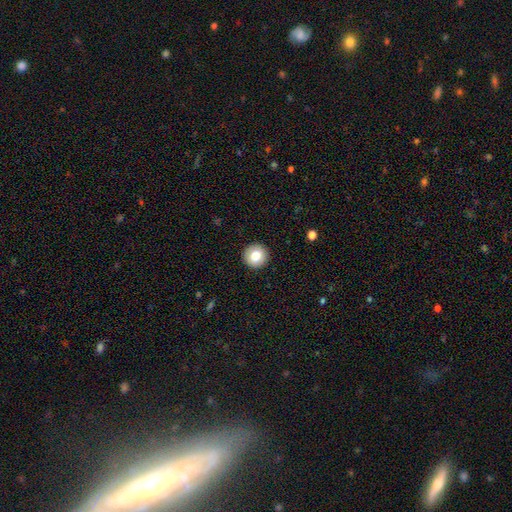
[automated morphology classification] type=smooth (79%); roundness=round (96%); merging=none (93%).